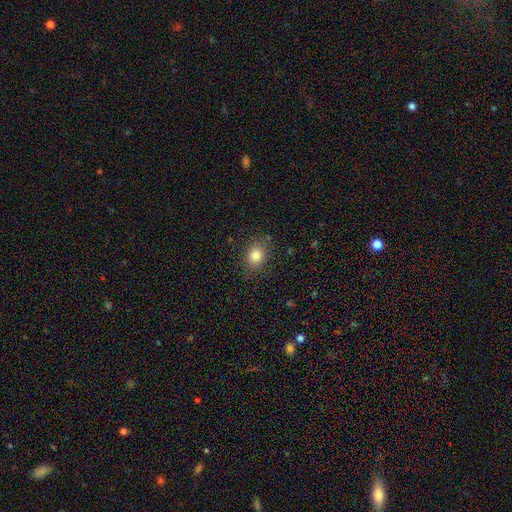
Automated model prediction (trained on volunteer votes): Smooth or featured? Predicted: smooth (p=0.82). How rounded? Predicted: in between (p=0.54). Merging? Predicted: none (p=0.83).